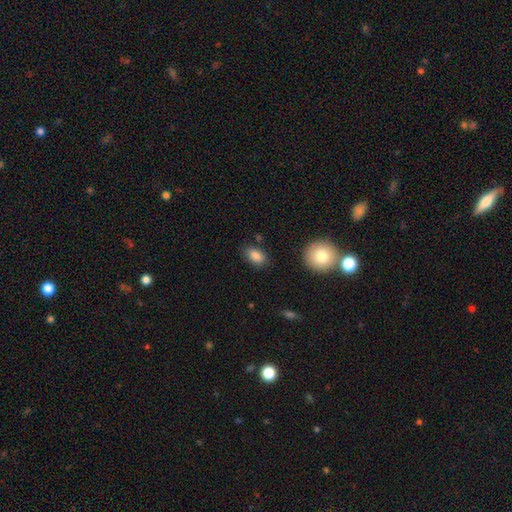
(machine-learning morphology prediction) A smooth galaxy with no disk features (86%) that is in between round and cigar-shaped (87%). Merging: none (81%).